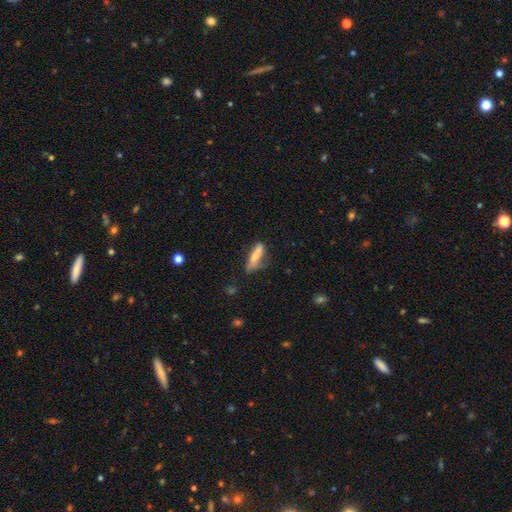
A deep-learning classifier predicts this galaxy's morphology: smooth-or-featured: smooth: 64% | featured or disk: 29% | star or artifact: 7%
  how-rounded: cigar-shaped: 71% | in between: 28% | round: 2%
  merging: none: 57% | minor disturbance: 28% | major disturbance: 11% | merger: 4%